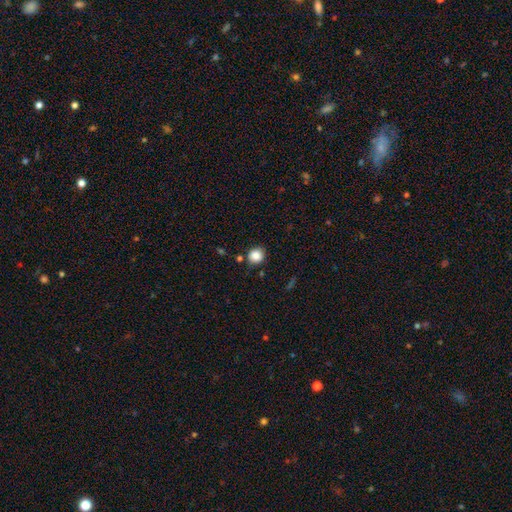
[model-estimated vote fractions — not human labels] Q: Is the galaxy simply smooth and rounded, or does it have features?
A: smooth — 85%.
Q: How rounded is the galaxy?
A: round — 85%.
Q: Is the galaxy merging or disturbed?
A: none — 82%.